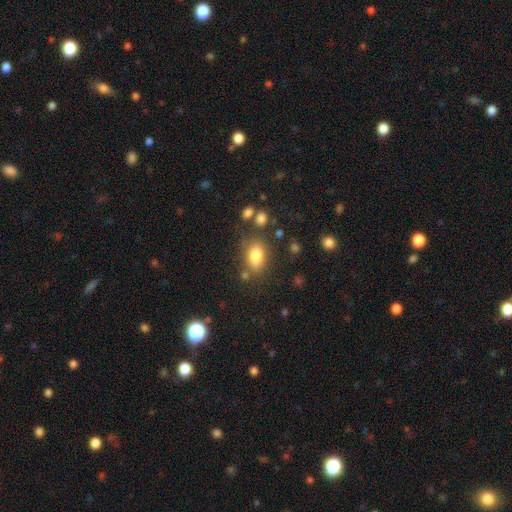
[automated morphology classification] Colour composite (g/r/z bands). It shows a smooth galaxy with no disk features (81%) that is in between round and cigar-shaped (83%). Merging: none (70%).